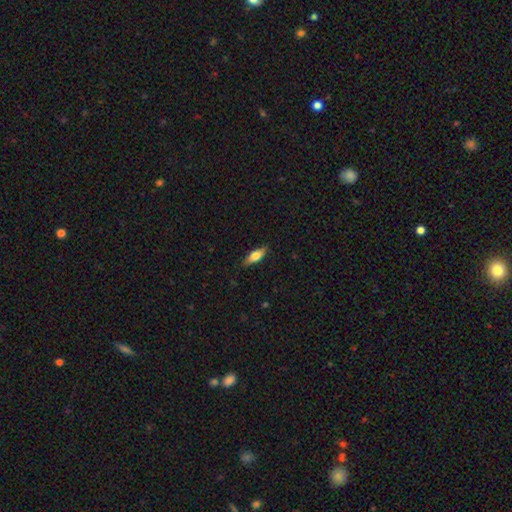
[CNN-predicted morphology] Smooth or featured: smooth — 61% (featured or disk — 32%)
How rounded: in between — 60% (cigar-shaped — 37%)
Merging: none — 85% (minor disturbance — 12%)